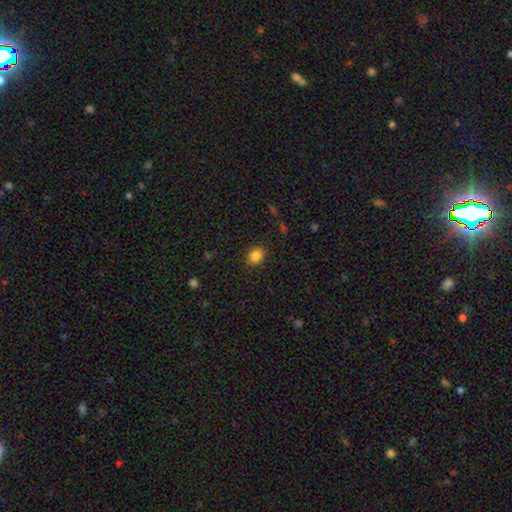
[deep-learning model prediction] Smooth or featured?
  - smooth: 85% *
  - star or artifact: 10%
  - featured or disk: 5%
How rounded?
  - in between: 60% *
  - round: 39%
  - cigar-shaped: 1%
Merging?
  - none: 88% *
  - minor disturbance: 9%
  - major disturbance: 2%
  - merger: 1%